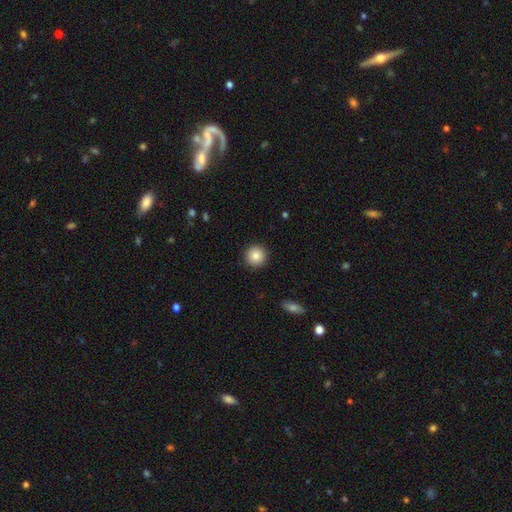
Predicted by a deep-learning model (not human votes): Morphology: type=smooth (85%); roundness=round (94%); merging=none (92%).